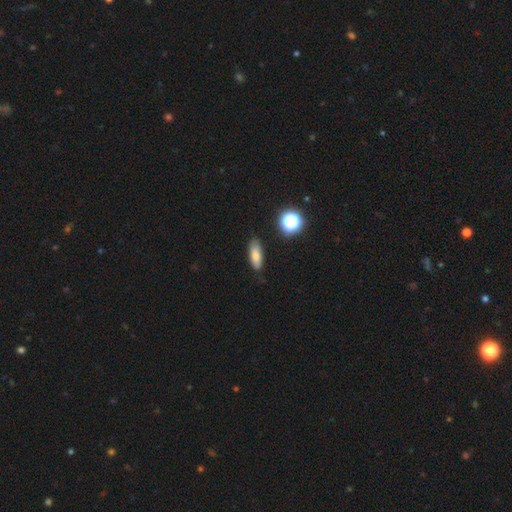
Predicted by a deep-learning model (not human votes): Overall: smooth (77%). How rounded: in between (65%; cigar-shaped 30%). Merging: none (83%).